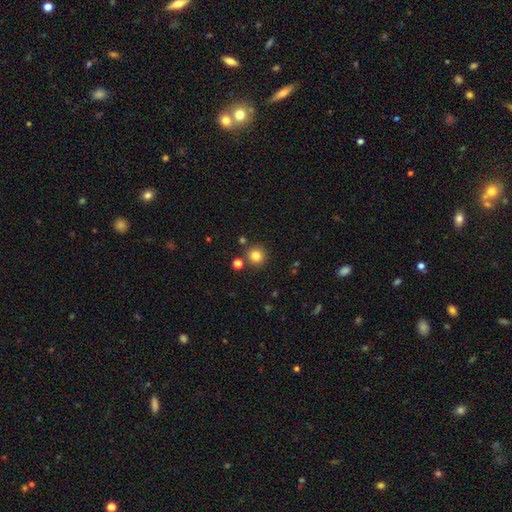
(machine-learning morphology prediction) Smooth or featured?
  - smooth: 82% *
  - star or artifact: 13%
  - featured or disk: 5%
How rounded?
  - round: 94% *
  - in between: 5%
  - cigar-shaped: 1%
Merging?
  - none: 84% *
  - minor disturbance: 7%
  - merger: 6%
  - major disturbance: 2%